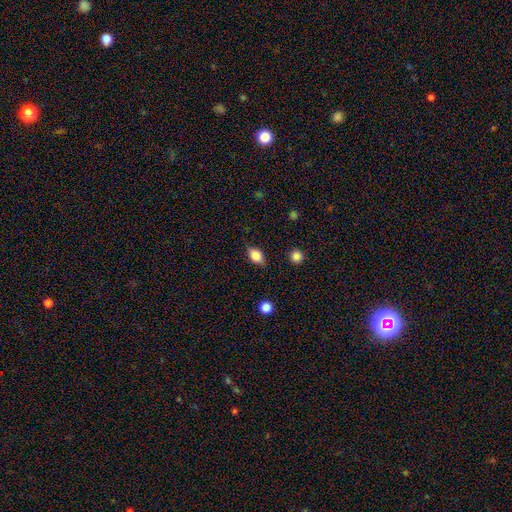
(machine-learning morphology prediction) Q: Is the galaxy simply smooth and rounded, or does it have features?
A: smooth — 80%.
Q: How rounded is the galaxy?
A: in between — 79%.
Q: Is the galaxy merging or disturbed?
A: none — 79%.